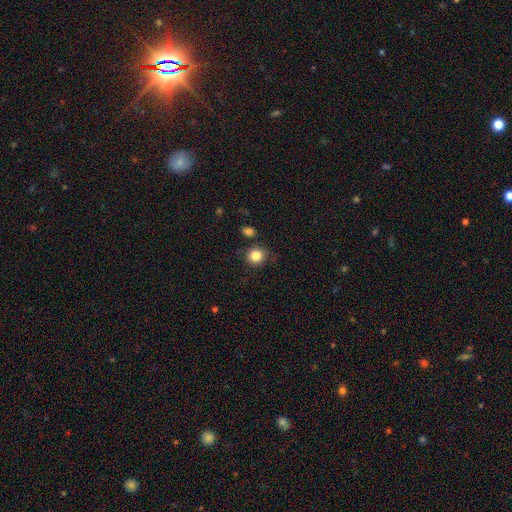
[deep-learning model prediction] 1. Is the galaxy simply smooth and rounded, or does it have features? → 84% smooth, 11% star or artifact, 5% featured or disk.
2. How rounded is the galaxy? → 88% round, 11% in between, 1% cigar-shaped.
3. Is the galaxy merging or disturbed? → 81% none, 11% minor disturbance, 5% merger, 3% major disturbance.